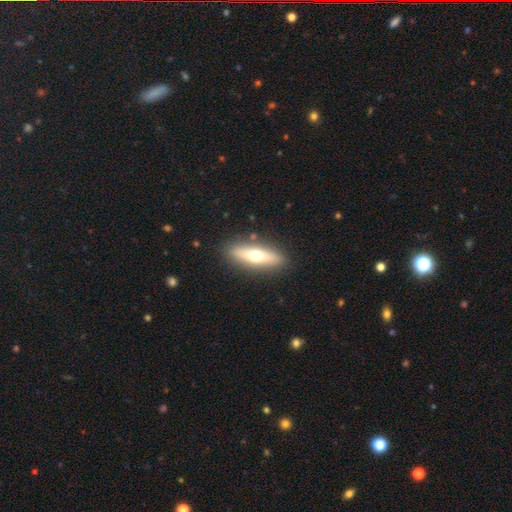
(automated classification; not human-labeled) Overall: smooth (52%; featured or disk 42%). How rounded: cigar-shaped (56%; in between 41%). Merging: none (87%).